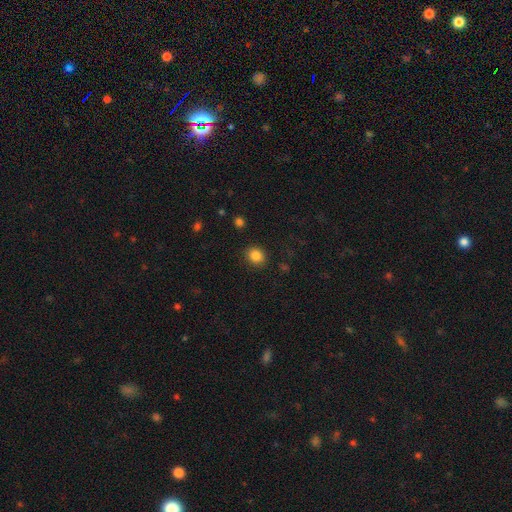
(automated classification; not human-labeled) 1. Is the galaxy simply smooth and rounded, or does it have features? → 85% smooth, 11% star or artifact, 4% featured or disk.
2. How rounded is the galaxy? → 69% round, 30% in between, 1% cigar-shaped.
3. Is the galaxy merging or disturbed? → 89% none, 7% minor disturbance, 2% major disturbance, 1% merger.